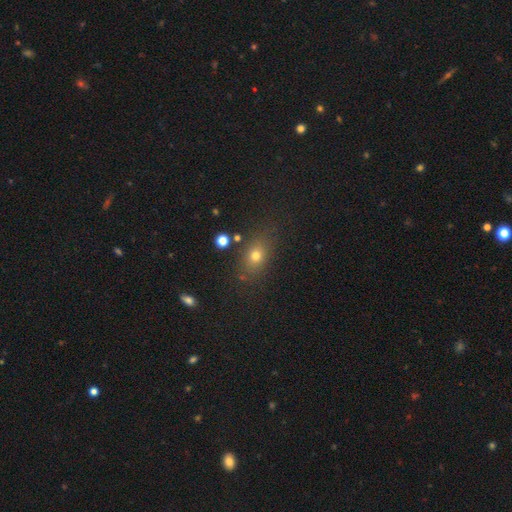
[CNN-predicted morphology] type=smooth (71%); roundness=in between (62%); merging=none (77%).